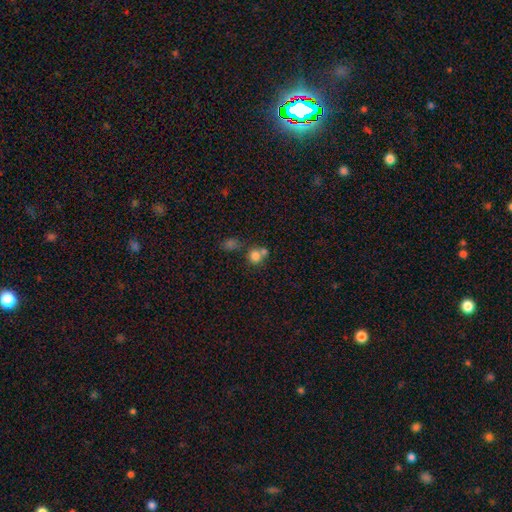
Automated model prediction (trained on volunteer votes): The model was most divided on "merging": none: 46%, merger: 41%, minor disturbance: 9%, major disturbance: 4%. More confident: how rounded — round (83%); smooth or featured — smooth (78%).